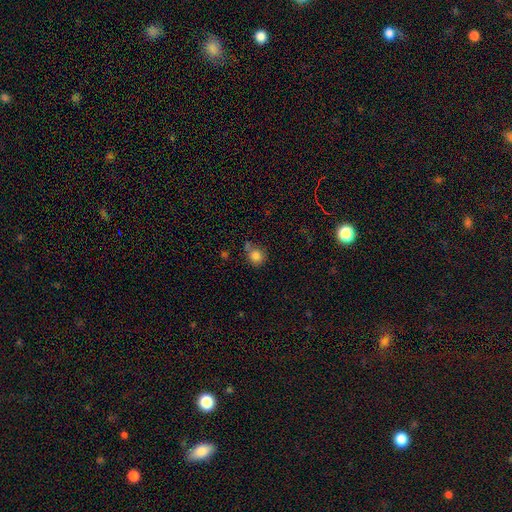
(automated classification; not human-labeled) smooth_or_featured: smooth (p=0.83) [alt: star or artifact p=0.11]
how_rounded: round (p=0.83) [alt: in between p=0.16]
merging: none (p=0.59) [alt: minor disturbance p=0.21]